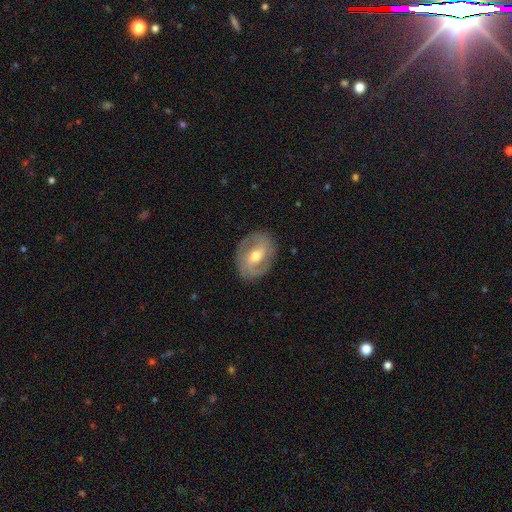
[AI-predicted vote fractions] A featured or disk galaxy (74%) with a weak bar (43%), 2 (79%) medium (43%) spiral arms (78%) and a moderate central bulge (72%). Merging: none (83%).